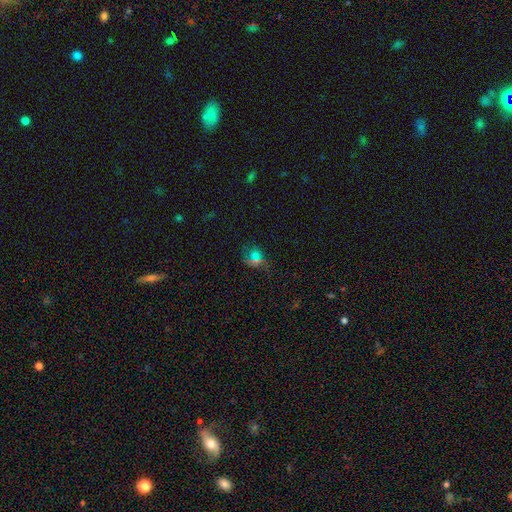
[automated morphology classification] A smooth galaxy with no disk features (46%). Merging: none (47%).